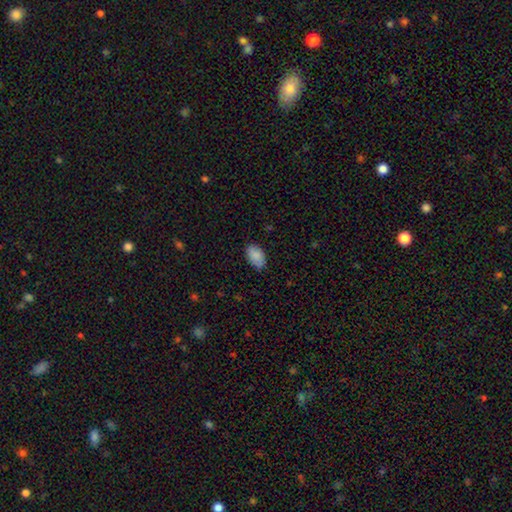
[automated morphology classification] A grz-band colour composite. It shows a smooth galaxy with no disk features (88%) that is in between round and cigar-shaped (92%). Merging: none (79%).